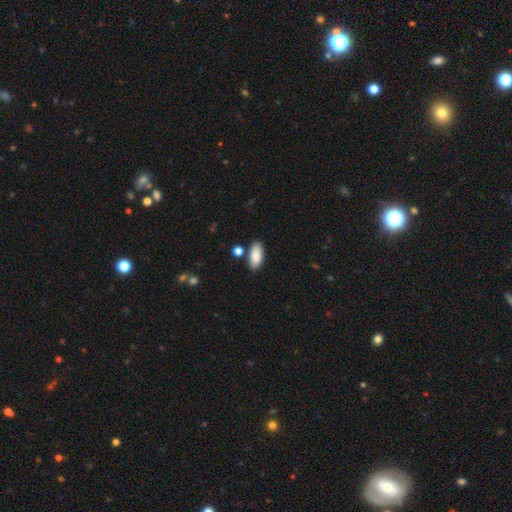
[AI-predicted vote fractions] Smooth or featured?
  - smooth: 87% *
  - star or artifact: 6%
  - featured or disk: 6%
How rounded?
  - in between: 89% *
  - cigar-shaped: 9%
  - round: 2%
Merging?
  - none: 81% *
  - minor disturbance: 11%
  - merger: 6%
  - major disturbance: 2%